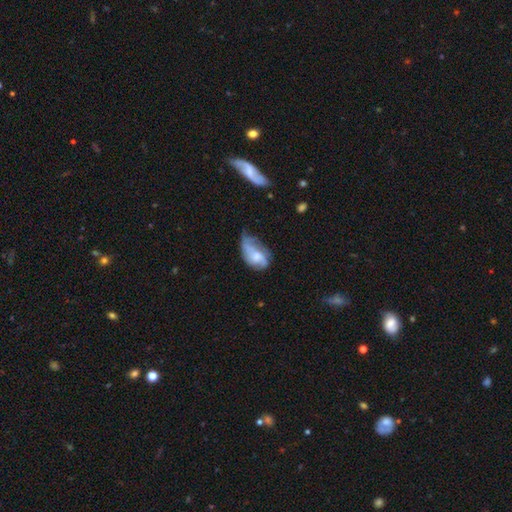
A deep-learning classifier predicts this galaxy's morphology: The model was most divided on "merging": minor disturbance: 35%, major disturbance: 32%, none: 30%, merger: 3%. Remaining: edge-on disk — no (95%); spiral arms — yes (75%); bar — no (69%); smooth or featured — featured or disk (55%); bulge size — moderate (44%).